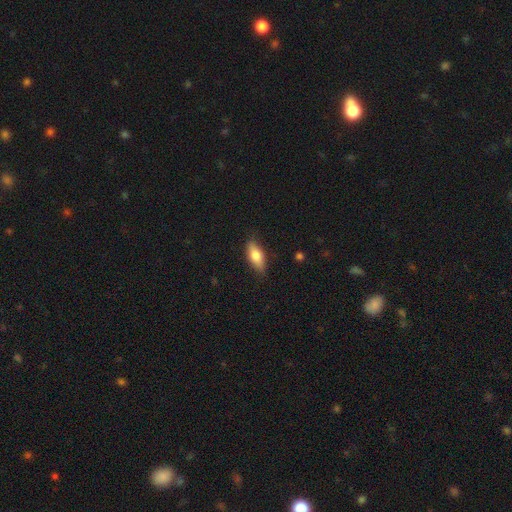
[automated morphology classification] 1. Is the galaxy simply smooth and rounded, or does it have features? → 74% smooth, 19% featured or disk, 6% star or artifact.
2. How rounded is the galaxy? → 77% in between, 20% cigar-shaped, 3% round.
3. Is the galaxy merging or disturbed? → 80% none, 16% minor disturbance, 3% major disturbance, 1% merger.